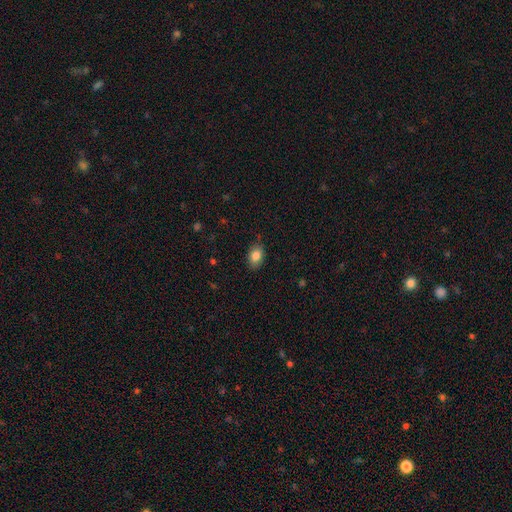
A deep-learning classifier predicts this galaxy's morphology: A smooth galaxy with no disk features (85%) that is in between round and cigar-shaped (82%).

Vote fractions:
- Smooth or featured? smooth: 85% / star or artifact: 8% / featured or disk: 7%
- How rounded? in between: 82% / round: 17% / cigar-shaped: 1%
- Merging? none: 84% / minor disturbance: 12% / major disturbance: 3% / merger: 1%